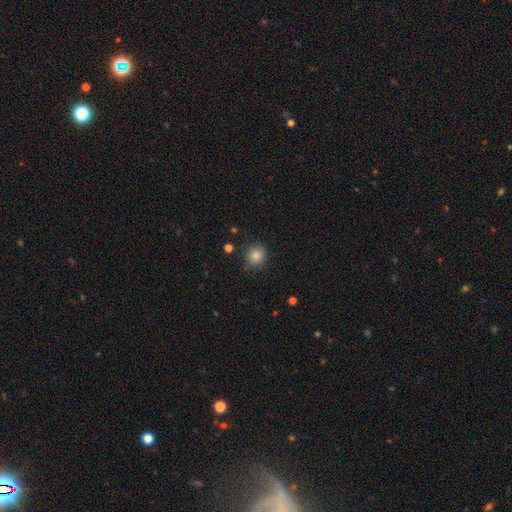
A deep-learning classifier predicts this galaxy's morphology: smooth 85%, star or artifact 11%, featured or disk 4%. Down the decision tree: how rounded — round (89%); merging — none (85%).